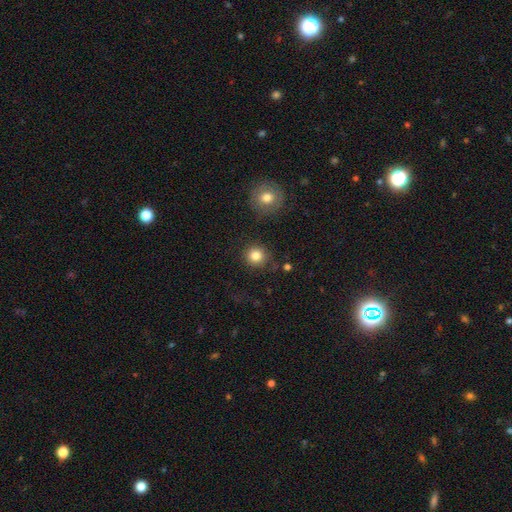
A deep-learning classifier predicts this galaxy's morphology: The model was most divided on "smooth or featured": smooth: 83%, star or artifact: 11%, featured or disk: 6%. More confident: how rounded — round (93%); merging — none (86%).